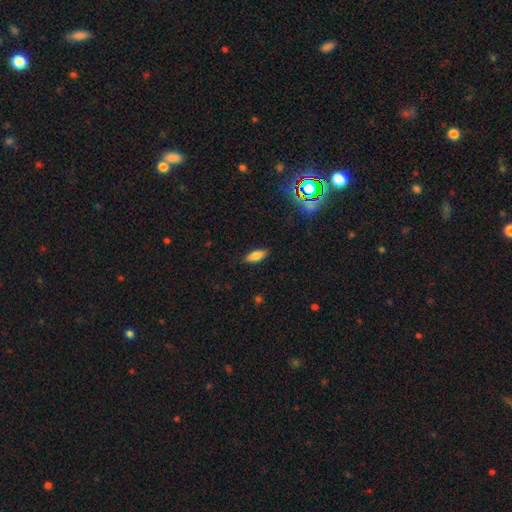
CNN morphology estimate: Smooth or featured?
  - smooth: 81% *
  - featured or disk: 10%
  - star or artifact: 9%
How rounded?
  - in between: 75% *
  - cigar-shaped: 22%
  - round: 2%
Merging?
  - none: 86% *
  - minor disturbance: 11%
  - major disturbance: 2%
  - merger: 1%